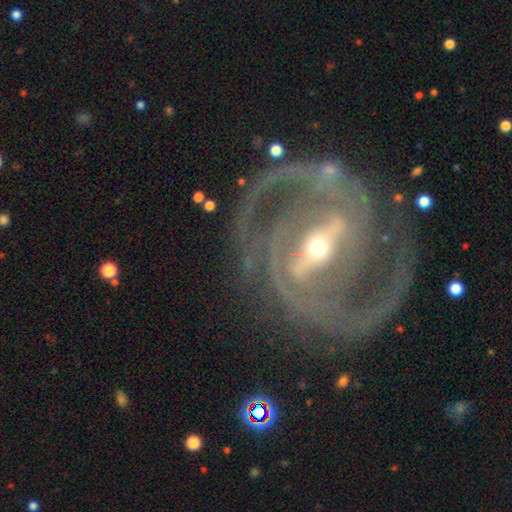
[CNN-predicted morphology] A featured or disk galaxy (92%) with a strong bar (71%), 2 (78%) medium (47%) spiral arms (97%) and a small central bulge (59%). Merging: none (75%).